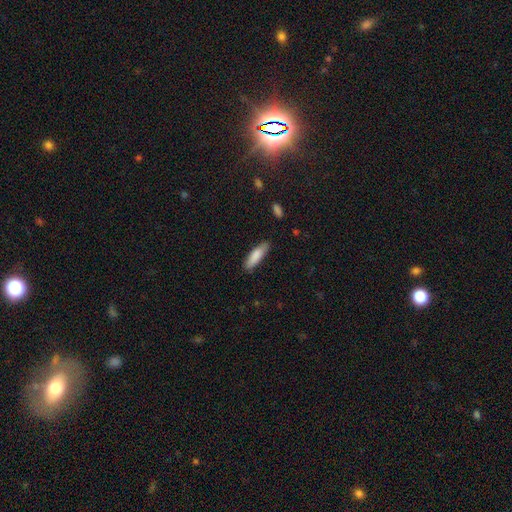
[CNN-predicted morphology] type=smooth (85%); roundness=cigar-shaped (61%); merging=none (82%).